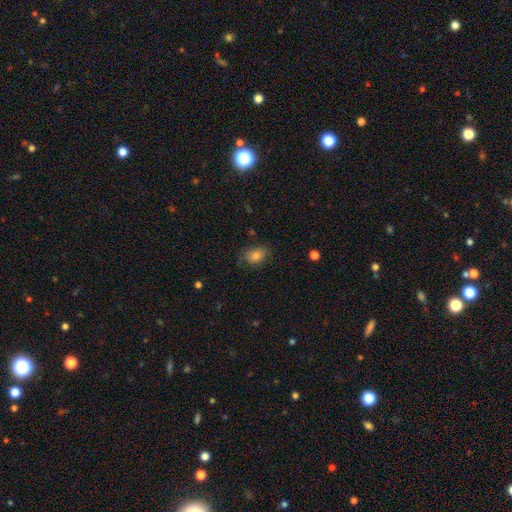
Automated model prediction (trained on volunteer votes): The model was most divided on "merging": none: 70%, minor disturbance: 22%, major disturbance: 7%, merger: 1%. More confident: smooth or featured — smooth (76%); how rounded — in between (76%).